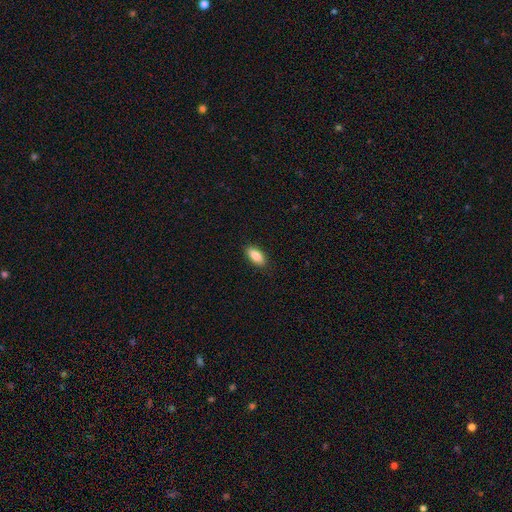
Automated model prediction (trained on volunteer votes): Morphology: type=smooth (86%); roundness=in between (87%); merging=none (88%).